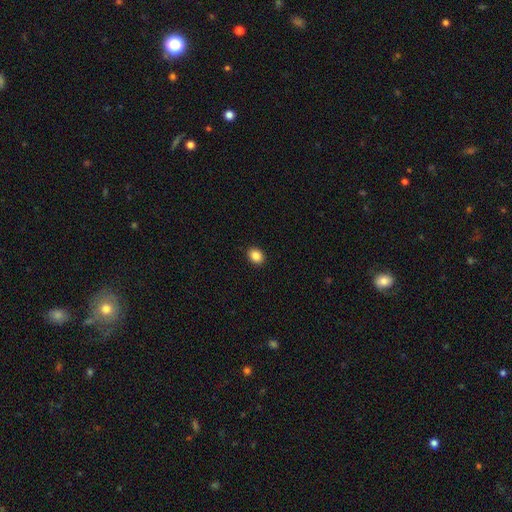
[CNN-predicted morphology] Smooth or featured: smooth — 87% (star or artifact — 9%)
How rounded: in between — 52% (round — 47%)
Merging: none — 92% (minor disturbance — 6%)